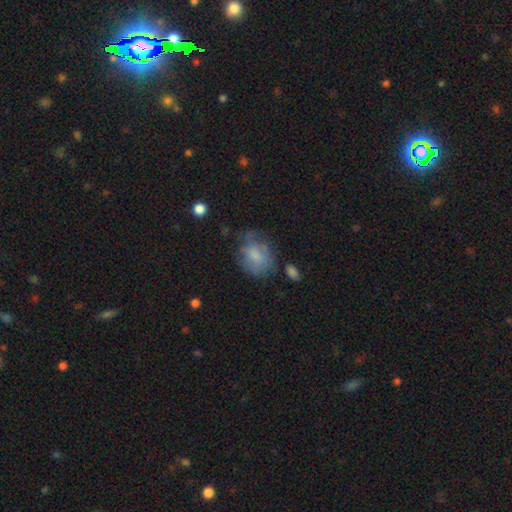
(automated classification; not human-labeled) A smooth galaxy with no disk features (68%) that is in between round and cigar-shaped (50%). Merging: none (49%).